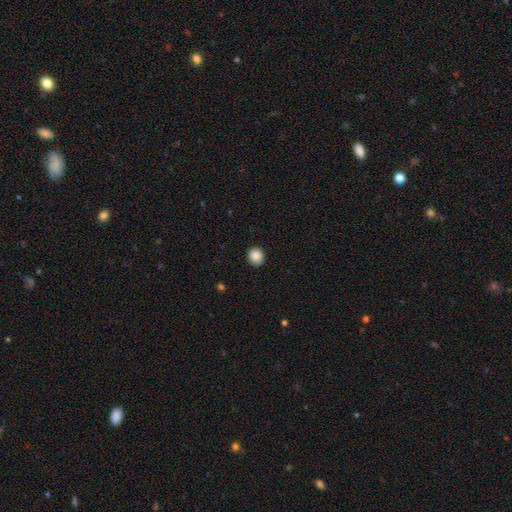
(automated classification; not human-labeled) Q: Smooth or featured?
A: smooth (88%); runner-up: star or artifact (9%)
Q: How rounded?
A: round (84%); runner-up: in between (16%)
Q: Merging?
A: none (90%); runner-up: minor disturbance (7%)